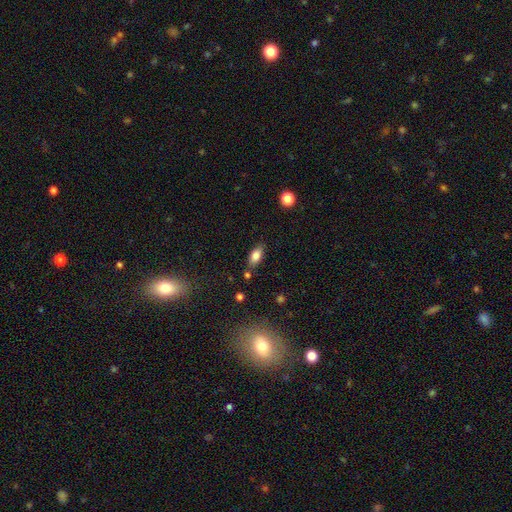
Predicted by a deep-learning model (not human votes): A smooth galaxy with no disk features (80%) that is in between round and cigar-shaped (86%). Merging: none (78%).